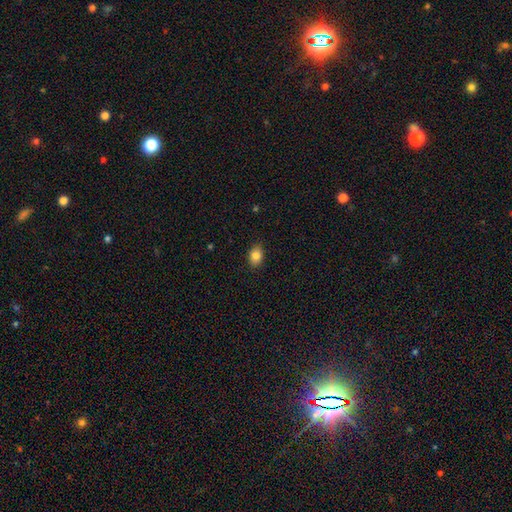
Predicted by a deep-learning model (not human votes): This appears to be a smooth galaxy with no disk features (85%) that is in between round and cigar-shaped (74%). Merging: none (86%).